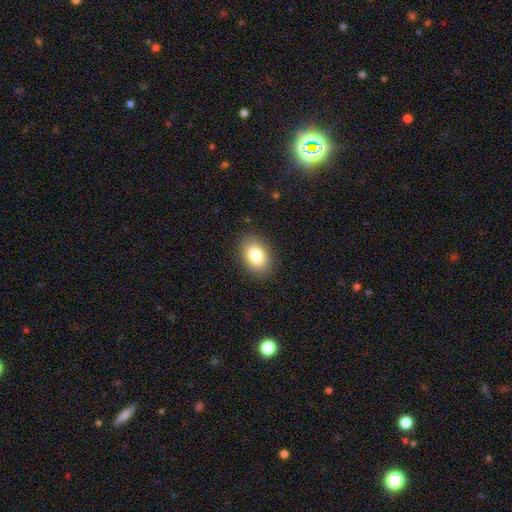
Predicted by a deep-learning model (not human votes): This is clearly a smooth galaxy (82%). How rounded: clearly in between (83%). Merging: clearly none (87%).